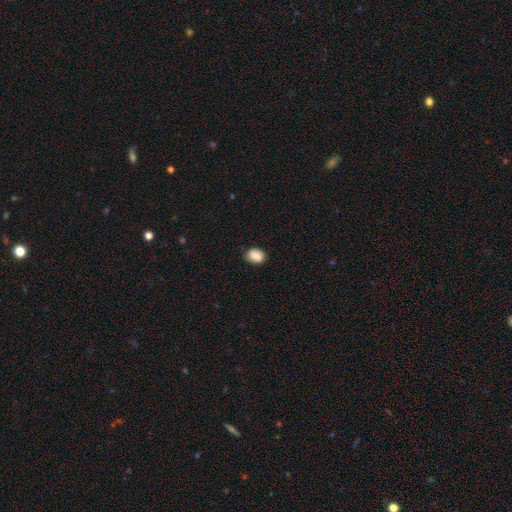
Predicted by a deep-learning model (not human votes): Q: Smooth or featured?
A: smooth (89%); runner-up: star or artifact (8%)
Q: How rounded?
A: in between (63%); runner-up: round (36%)
Q: Merging?
A: none (81%); runner-up: minor disturbance (15%)